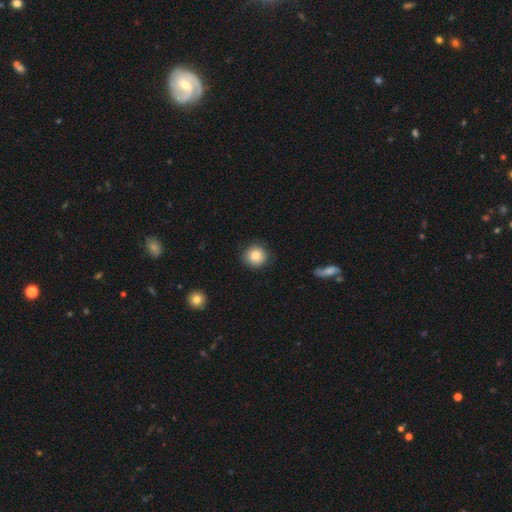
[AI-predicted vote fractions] Smooth or featured? smooth (86%)
How rounded? round (92%)
Merging? none (86%)